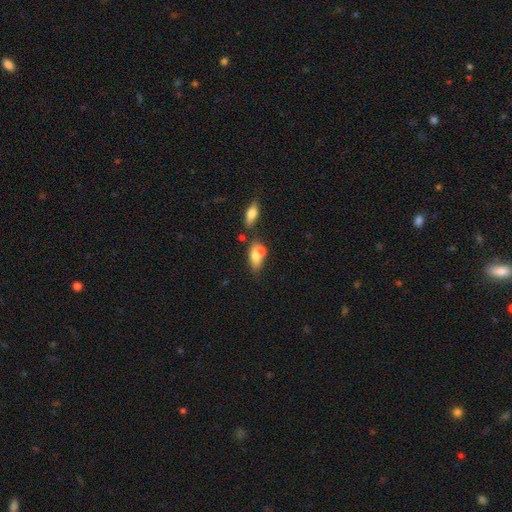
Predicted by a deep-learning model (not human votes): Overall: smooth (68%). How rounded: in between (78%). Merging: merger (46%; none 35%).